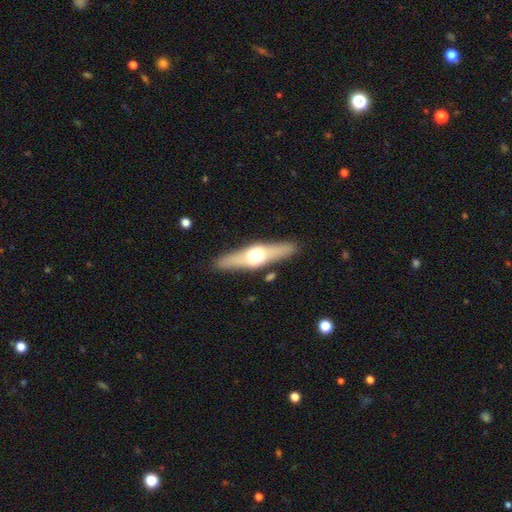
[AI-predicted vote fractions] Smooth or featured?
  - featured or disk: 61% *
  - smooth: 34%
  - star or artifact: 5%
Edge-on disk?
  - yes: 92% *
  - no: 8%
Edge-on bulge?
  - rounded: 94% *
  - boxy: 4%
  - none: 2%
Merging?
  - none: 88% *
  - minor disturbance: 8%
  - major disturbance: 2%
  - merger: 2%